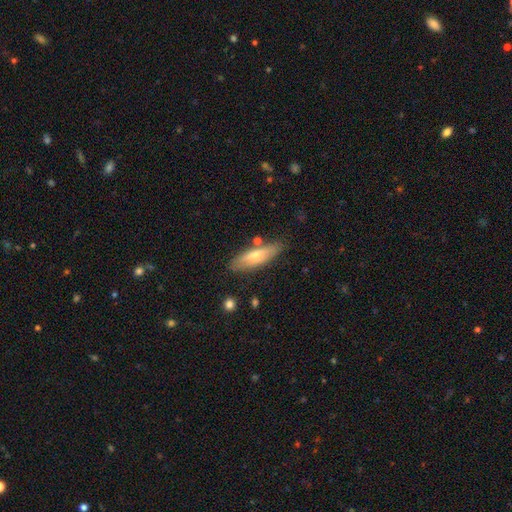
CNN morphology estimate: A smooth galaxy with no disk features (56%) that is cigar-shaped (61%).

Vote fractions:
- Smooth or featured? smooth: 56% / featured or disk: 38% / star or artifact: 7%
- How rounded? cigar-shaped: 61% / in between: 37% / round: 2%
- Merging? none: 81% / minor disturbance: 13% / merger: 4% / major disturbance: 3%